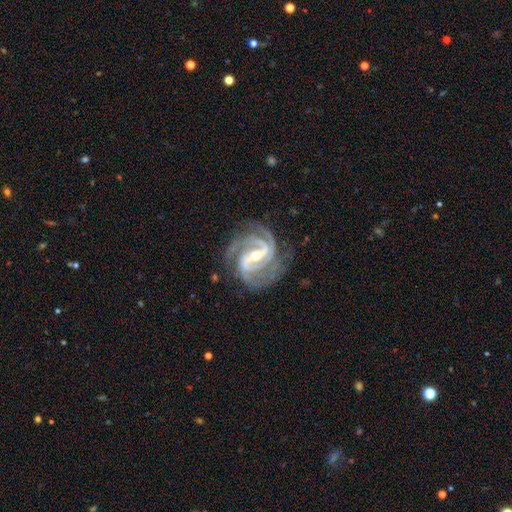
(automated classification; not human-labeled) Q: Smooth or featured?
A: featured or disk (94%); runner-up: star or artifact (4%)
Q: Edge-on disk?
A: no (98%); runner-up: yes (2%)
Q: Bar?
A: strong (62%); runner-up: weak (30%)
Q: Spiral arms?
A: yes (99%); runner-up: no (1%)
Q: Spiral winding?
A: tight (50%); runner-up: medium (44%)
Q: Spiral arm count?
A: 3 (37%); runner-up: 2 (33%)
Q: Bulge size?
A: moderate (49%); runner-up: small (48%)
Q: Merging?
A: none (76%); runner-up: minor disturbance (16%)